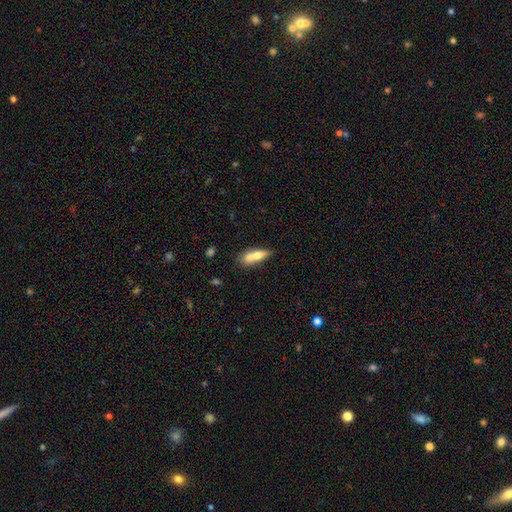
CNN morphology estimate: Q: Smooth or featured?
A: smooth (63%); runner-up: featured or disk (30%)
Q: How rounded?
A: in between (53%); runner-up: cigar-shaped (41%)
Q: Merging?
A: merger (45%); runner-up: none (36%)